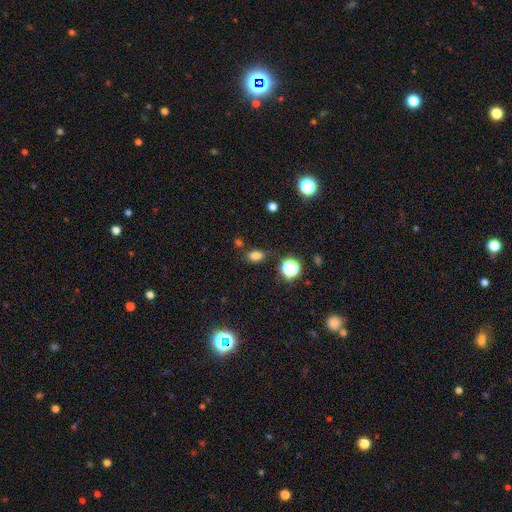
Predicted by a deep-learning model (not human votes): A smooth galaxy with no disk features (78%) that is in between round and cigar-shaped (76%).

Vote fractions:
- Smooth or featured? smooth: 78% / star or artifact: 17% / featured or disk: 6%
- How rounded? in between: 76% / round: 21% / cigar-shaped: 3%
- Merging? none: 79% / minor disturbance: 13% / merger: 4% / major disturbance: 4%